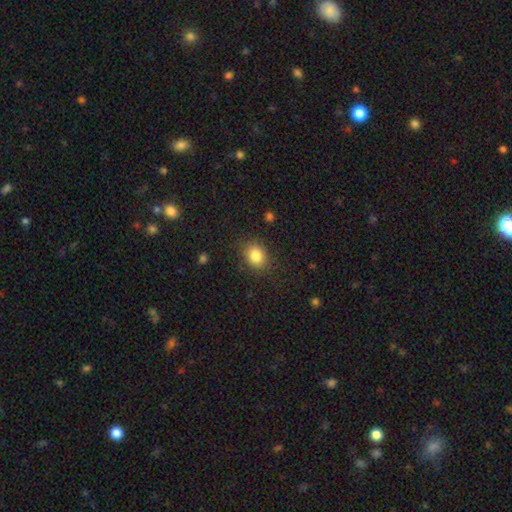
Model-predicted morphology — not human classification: smooth 84%, star or artifact 10%, featured or disk 6%. Down the decision tree: how rounded — in between (50%); merging — none (83%).